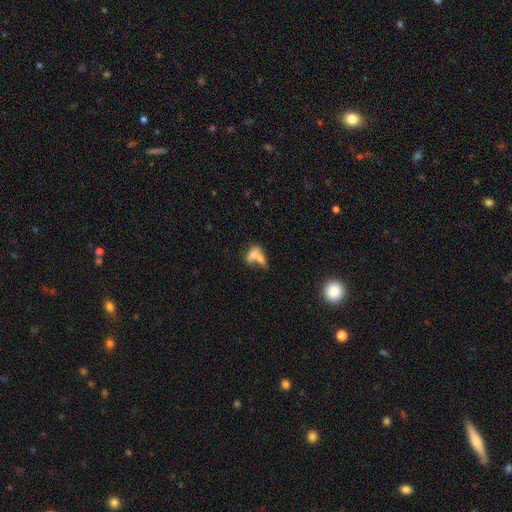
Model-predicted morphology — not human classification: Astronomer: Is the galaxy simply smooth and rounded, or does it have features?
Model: smooth — 66%.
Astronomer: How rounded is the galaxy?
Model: in between — 76%.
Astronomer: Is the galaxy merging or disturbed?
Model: merger — 65%.